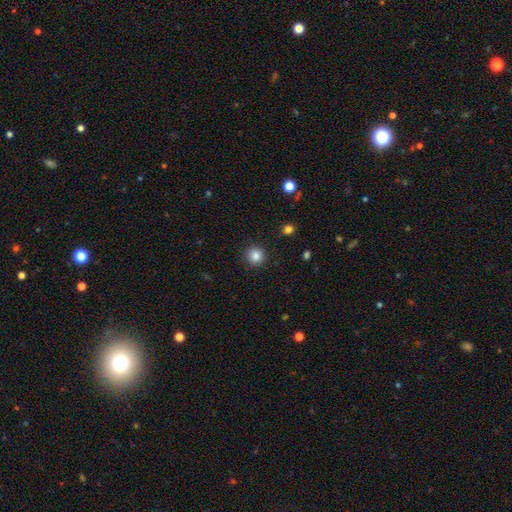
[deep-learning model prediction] Smooth or featured: smooth — 85% (star or artifact — 11%)
How rounded: round — 94% (in between — 5%)
Merging: none — 91% (minor disturbance — 5%)